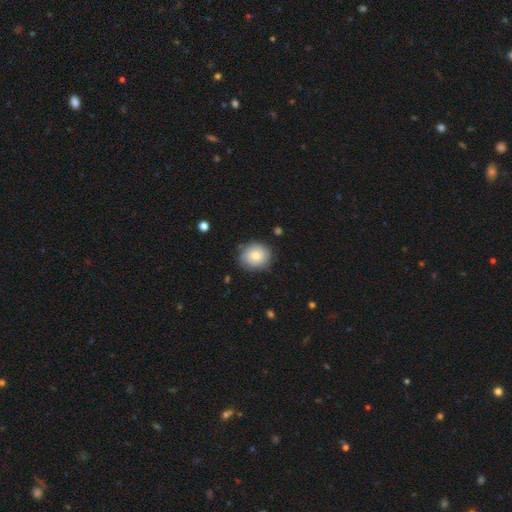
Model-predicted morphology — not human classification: Overall: smooth (68%). How rounded: round (79%). Merging: none (80%).